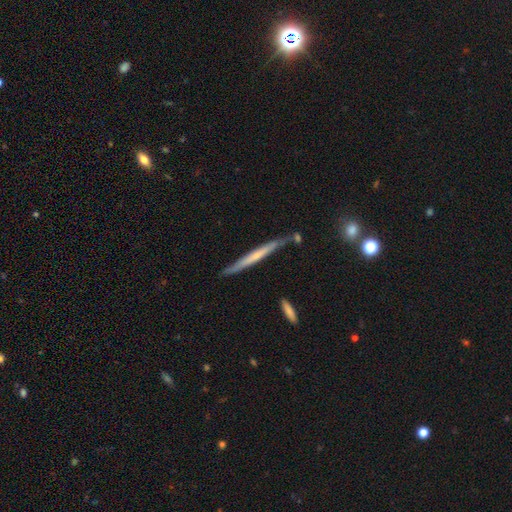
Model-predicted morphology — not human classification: The model was most divided on "smooth or featured": featured or disk: 53%, smooth: 41%, star or artifact: 6%. More confident: edge-on disk — yes (95%); merging — none (79%); edge-on bulge — none (72%).